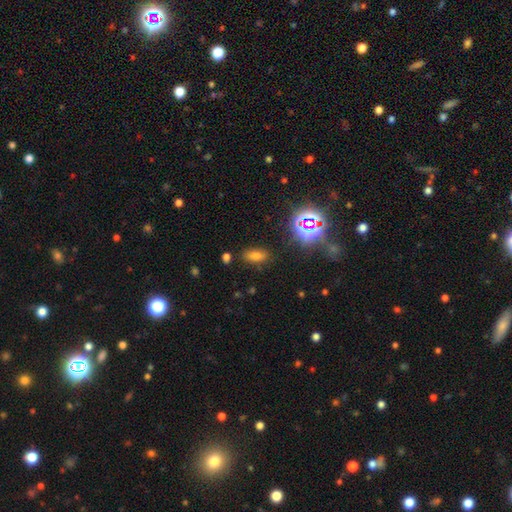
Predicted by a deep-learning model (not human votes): This is likely a smooth galaxy (61%). How rounded: clearly in between (84%). Merging: clearly none (85%).